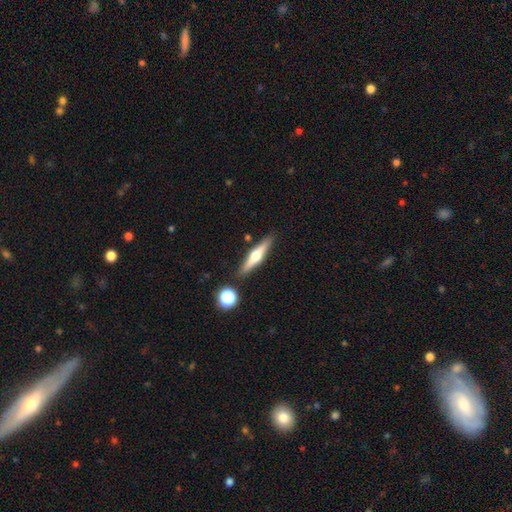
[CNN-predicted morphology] Smooth or featured? Predicted: featured or disk (p=0.58). Edge-on disk? Predicted: yes (p=0.96). Edge-on bulge? Predicted: rounded (p=0.92). Merging? Predicted: none (p=0.86).